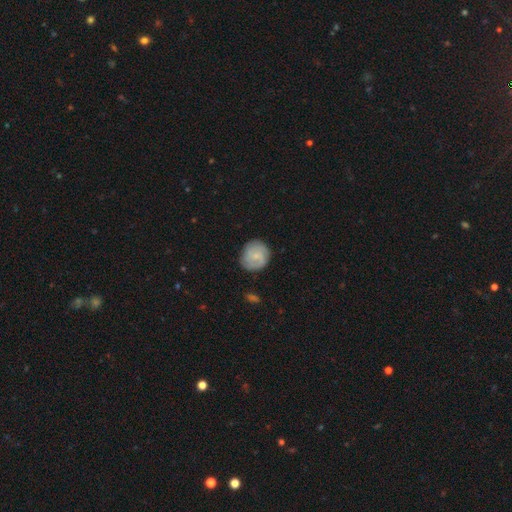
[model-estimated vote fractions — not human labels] A smooth galaxy with no disk features (55%) that is round (86%).

Vote fractions:
- Smooth or featured? smooth: 55% / featured or disk: 38% / star or artifact: 7%
- How rounded? round: 86% / in between: 13% / cigar-shaped: 1%
- Merging? none: 79% / minor disturbance: 16% / major disturbance: 4% / merger: 1%